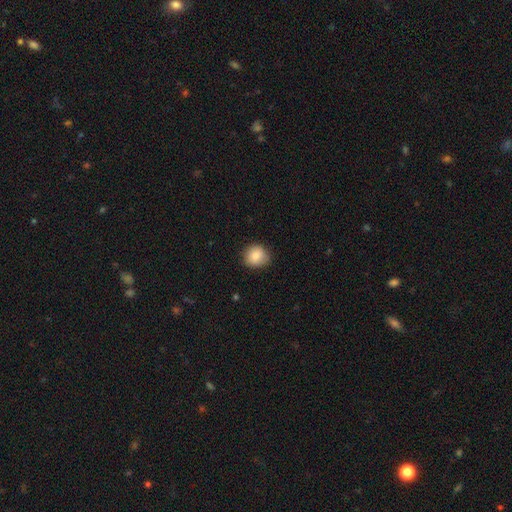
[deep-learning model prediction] Morphology: type=smooth (84%); roundness=round (83%); merging=none (83%).